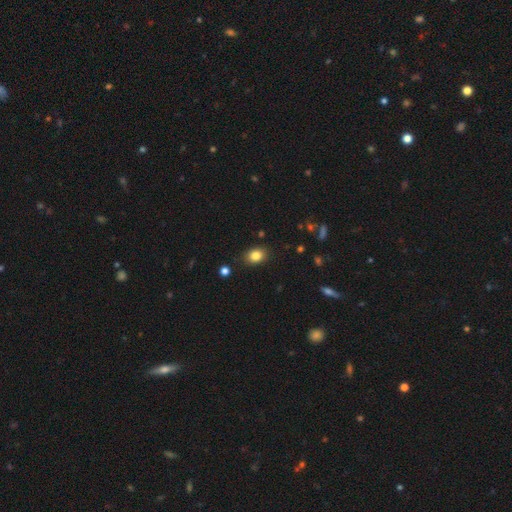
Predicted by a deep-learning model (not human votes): A smooth galaxy with no disk features (84%) that is in between round and cigar-shaped (63%).

Vote fractions:
- Smooth or featured? smooth: 84% / star or artifact: 10% / featured or disk: 6%
- How rounded? in between: 63% / round: 36% / cigar-shaped: 1%
- Merging? none: 86% / minor disturbance: 10% / major disturbance: 2% / merger: 1%